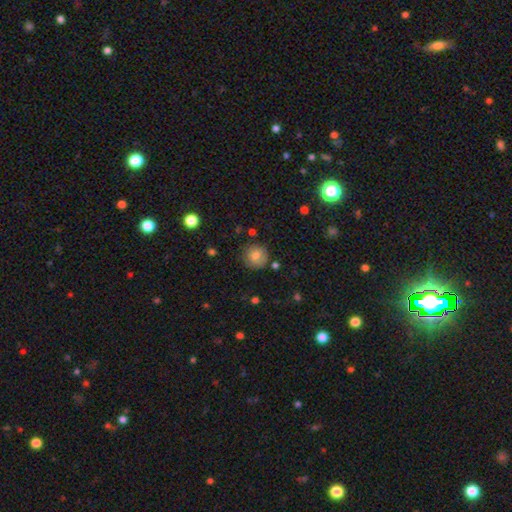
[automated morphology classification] Q: Smooth or featured?
A: smooth (80%); runner-up: star or artifact (10%)
Q: How rounded?
A: round (91%); runner-up: in between (8%)
Q: Merging?
A: none (80%); runner-up: minor disturbance (14%)